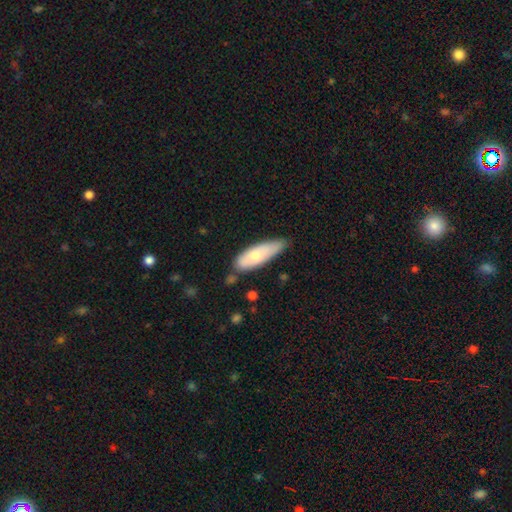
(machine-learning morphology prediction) Q: Smooth or featured?
A: smooth (67%); runner-up: featured or disk (27%)
Q: How rounded?
A: in between (57%); runner-up: cigar-shaped (41%)
Q: Merging?
A: none (62%); runner-up: minor disturbance (28%)